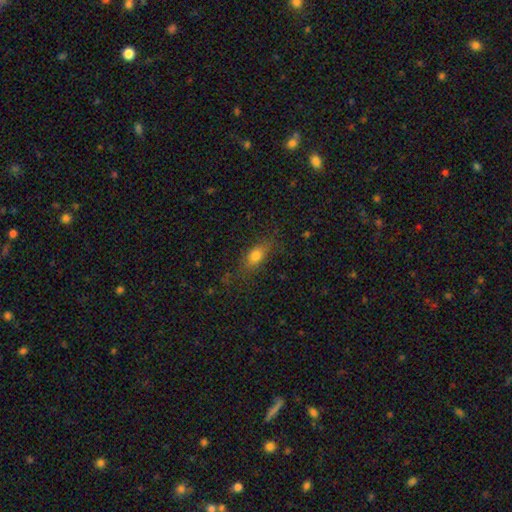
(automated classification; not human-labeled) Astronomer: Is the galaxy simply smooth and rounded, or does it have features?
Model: smooth — 75%.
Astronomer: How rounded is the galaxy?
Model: in between — 73%.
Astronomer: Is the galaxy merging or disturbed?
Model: none — 73%.